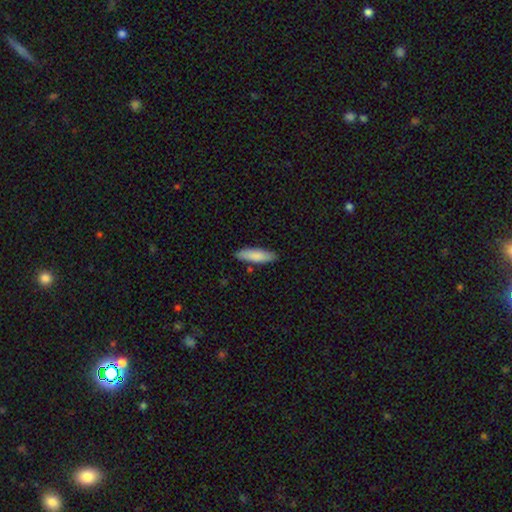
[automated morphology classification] smooth-or-featured: smooth: 84% | featured or disk: 10% | star or artifact: 5%
  how-rounded: cigar-shaped: 60% | in between: 39% | round: 1%
  merging: none: 85% | minor disturbance: 11% | merger: 2% | major disturbance: 2%